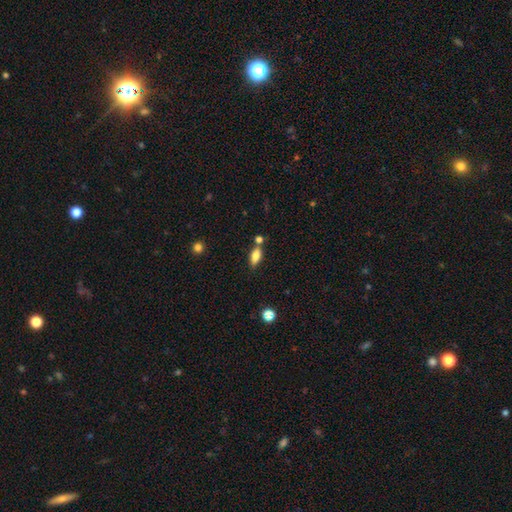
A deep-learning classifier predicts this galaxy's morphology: smooth 78%, featured or disk 13%, star or artifact 9%. Down the decision tree: how rounded — in between (84%); merging — none (66%).